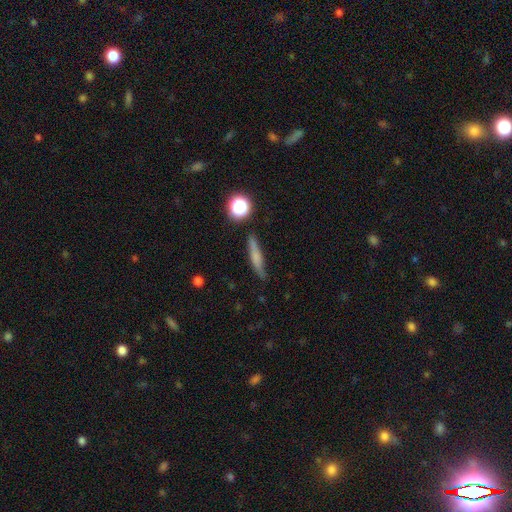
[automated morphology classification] Smooth or featured?
  - smooth: 61% *
  - featured or disk: 29%
  - star or artifact: 10%
How rounded?
  - cigar-shaped: 84% *
  - in between: 11%
  - round: 5%
Merging?
  - none: 80% *
  - minor disturbance: 14%
  - major disturbance: 3%
  - merger: 3%